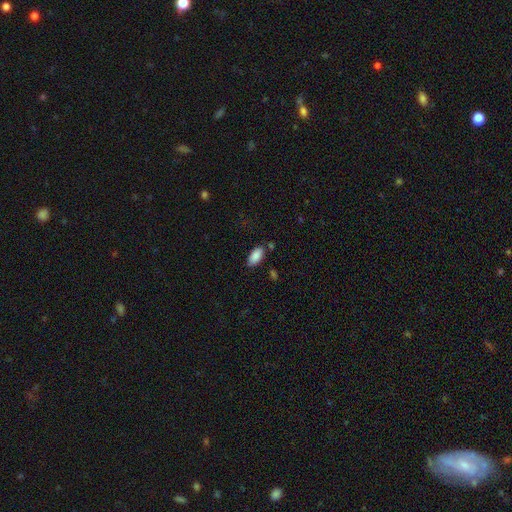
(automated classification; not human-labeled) The model was most divided on "merging": none: 77%, minor disturbance: 15%, merger: 5%, major disturbance: 3%. More confident: how rounded — in between (93%); smooth or featured — smooth (87%).